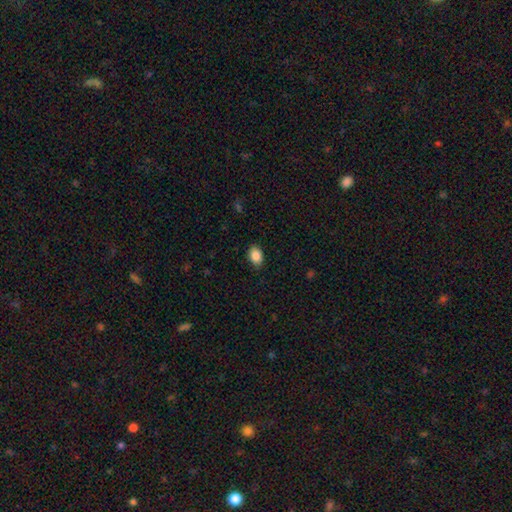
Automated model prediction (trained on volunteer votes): The model was most divided on "how rounded": in between: 79%, round: 20%, cigar-shaped: 1%. More confident: smooth or featured — smooth (88%); merging — none (87%).